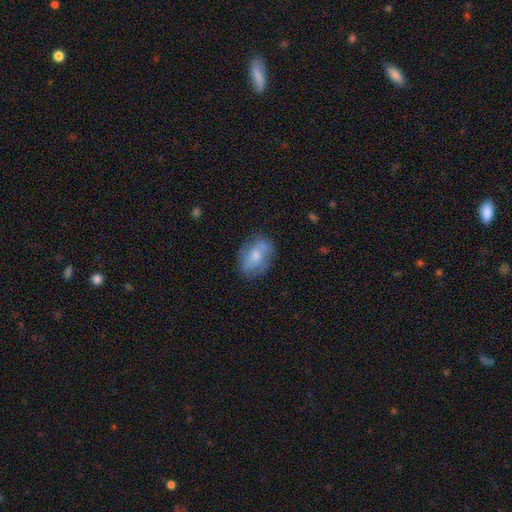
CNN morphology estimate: Overall: smooth (57%; featured or disk 35%). How rounded: in between (75%). Merging: none (63%; minor disturbance 24%).